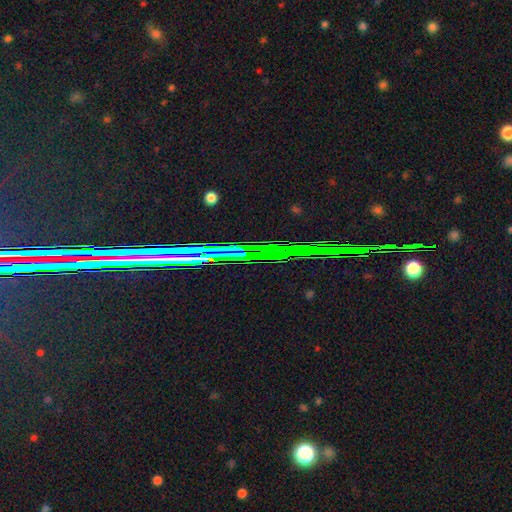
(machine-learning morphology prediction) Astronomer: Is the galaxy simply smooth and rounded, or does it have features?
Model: star or artifact — 81%.